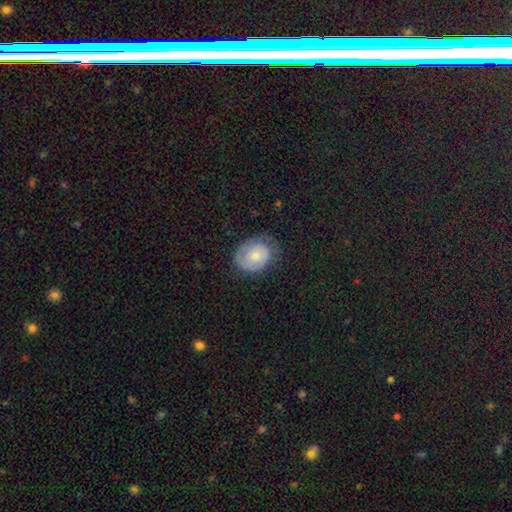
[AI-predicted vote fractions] This appears to be a smooth galaxy with no disk features (59%) that is round (50%). Merging: none (59%).